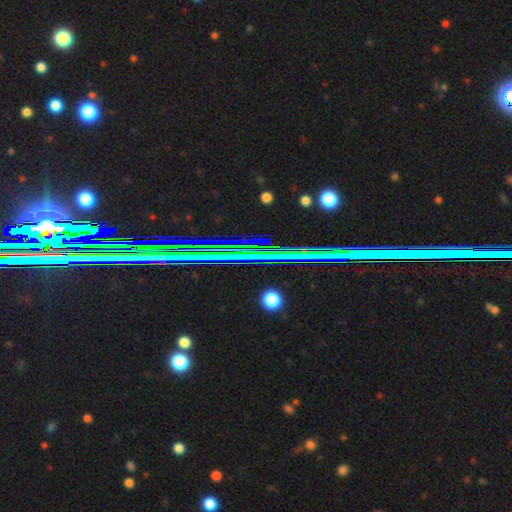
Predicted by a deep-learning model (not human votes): smooth-or-featured: star or artifact: 79% | featured or disk: 13% | smooth: 8%